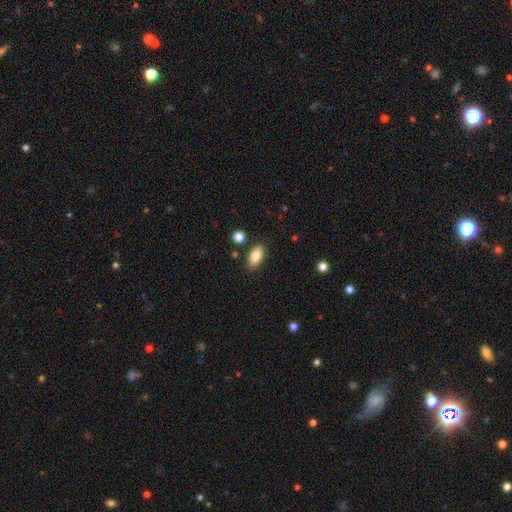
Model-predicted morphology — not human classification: smooth-or-featured: smooth: 85% | featured or disk: 8% | star or artifact: 7%
  how-rounded: in between: 91% | cigar-shaped: 5% | round: 4%
  merging: none: 85% | minor disturbance: 10% | merger: 3% | major disturbance: 2%